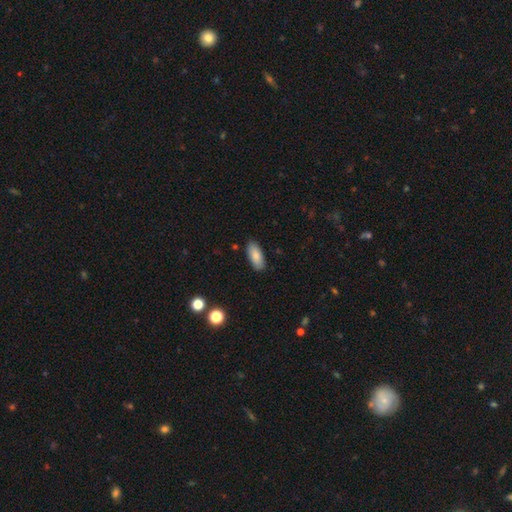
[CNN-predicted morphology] Smooth or featured? Predicted: smooth (p=0.85). How rounded? Predicted: in between (p=0.83). Merging? Predicted: none (p=0.88).